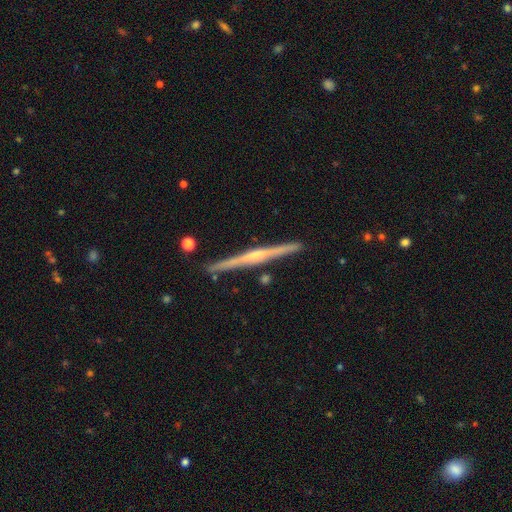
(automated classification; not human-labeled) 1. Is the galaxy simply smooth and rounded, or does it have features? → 78% featured or disk, 17% smooth, 5% star or artifact.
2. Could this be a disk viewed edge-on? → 98% yes, 2% no.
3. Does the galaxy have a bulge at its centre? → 63% rounded, 28% none, 9% boxy.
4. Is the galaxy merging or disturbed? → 90% none, 7% minor disturbance, 2% merger, 1% major disturbance.